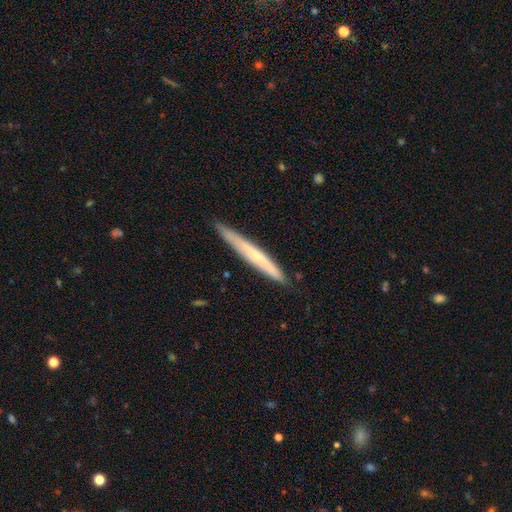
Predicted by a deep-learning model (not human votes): Smooth or featured: smooth — 48% (featured or disk — 47%)
Merging: none — 84% (minor disturbance — 13%)